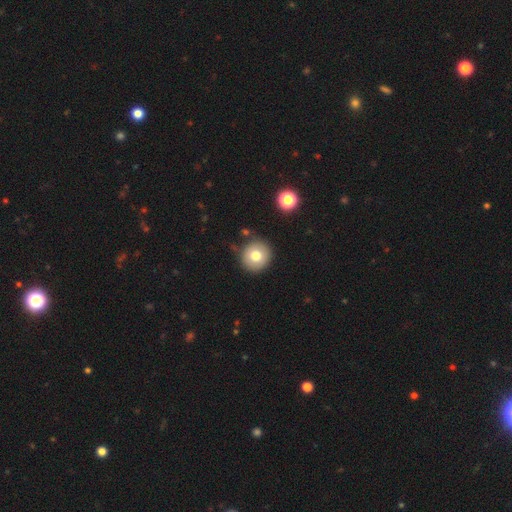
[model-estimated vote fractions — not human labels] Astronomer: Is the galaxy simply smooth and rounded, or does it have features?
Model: smooth — 75%.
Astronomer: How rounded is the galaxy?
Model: round — 93%.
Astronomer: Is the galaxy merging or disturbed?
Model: none — 87%.